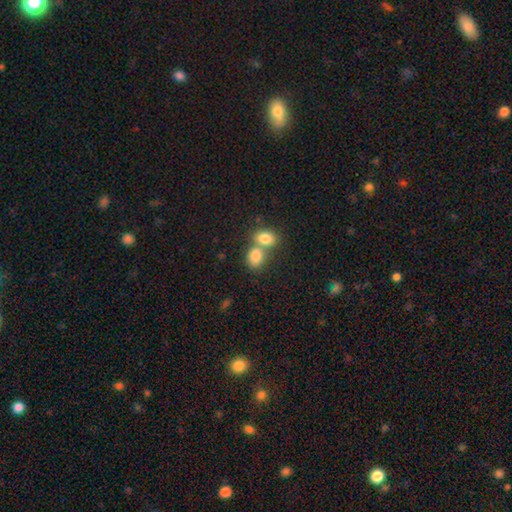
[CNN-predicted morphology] type=smooth (82%); roundness=in between (63%); merging=merger (58%).